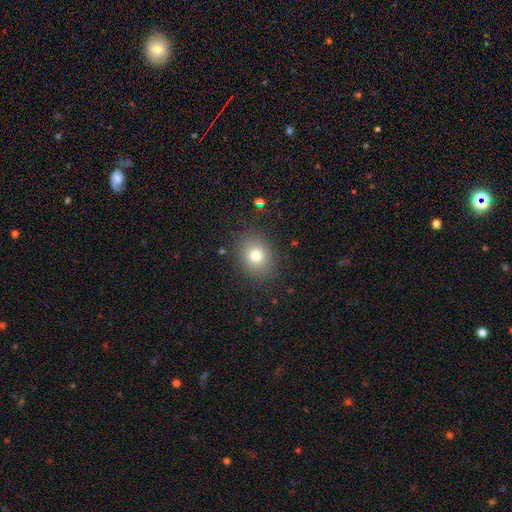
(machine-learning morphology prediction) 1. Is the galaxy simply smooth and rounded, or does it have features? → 77% smooth, 13% star or artifact, 10% featured or disk.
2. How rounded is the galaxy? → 59% round, 40% in between, 1% cigar-shaped.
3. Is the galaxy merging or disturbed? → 86% none, 9% minor disturbance, 3% major disturbance, 1% merger.